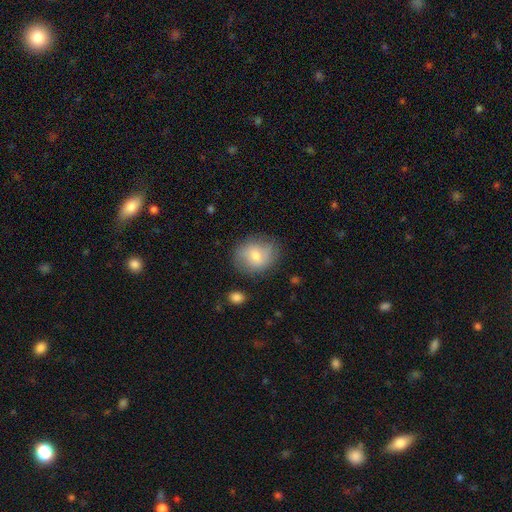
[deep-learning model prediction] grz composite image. It shows a smooth galaxy with no disk features (65%) that is round (62%). Merging: none (74%).